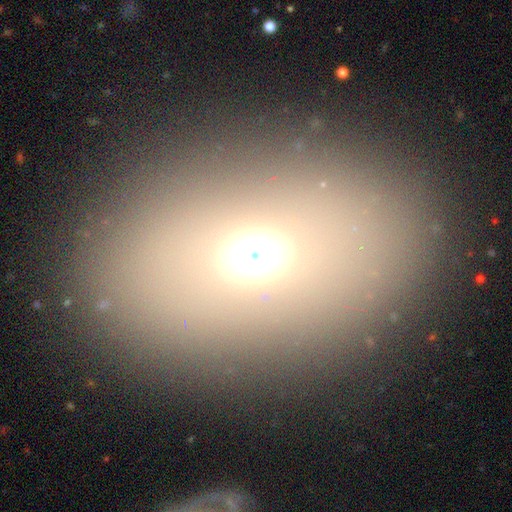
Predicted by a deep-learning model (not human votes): smooth_or_featured: smooth (p=0.65) [alt: featured or disk p=0.18]
how_rounded: in between (p=0.72) [alt: round p=0.26]
merging: none (p=0.84) [alt: minor disturbance p=0.08]